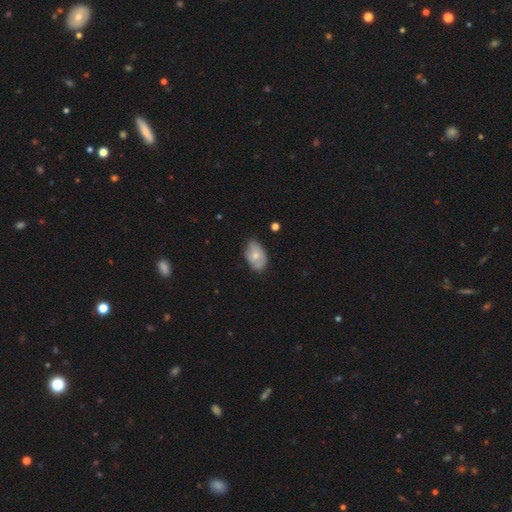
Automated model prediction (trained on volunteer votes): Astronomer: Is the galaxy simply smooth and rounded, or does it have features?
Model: smooth — 62%.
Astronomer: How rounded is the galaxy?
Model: in between — 87%.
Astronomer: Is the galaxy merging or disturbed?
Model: none — 62%.